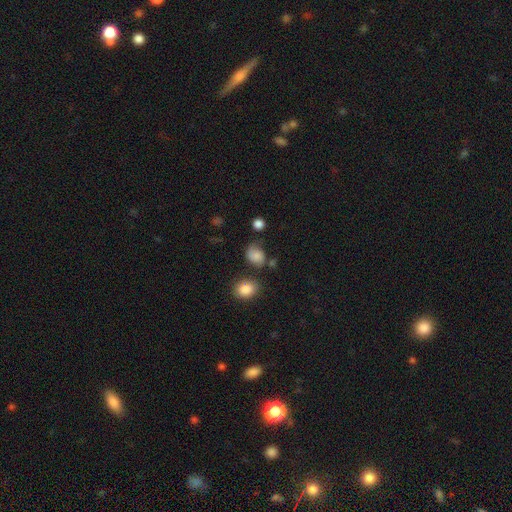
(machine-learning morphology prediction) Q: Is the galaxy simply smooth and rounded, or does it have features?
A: smooth — 74%.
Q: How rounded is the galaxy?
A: in between — 53%.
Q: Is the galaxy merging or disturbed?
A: none — 50%.